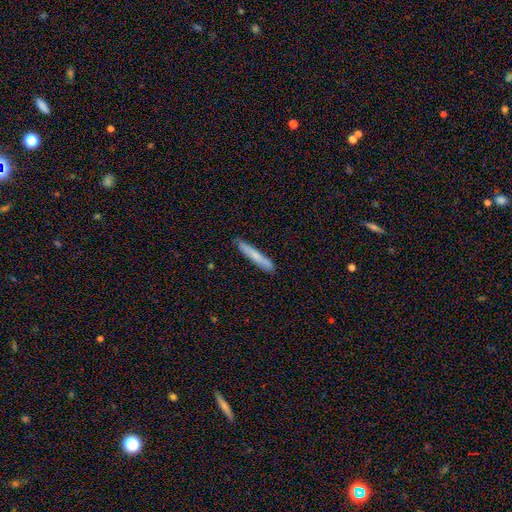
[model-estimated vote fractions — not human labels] This is likely a smooth galaxy (72%). How rounded: clearly cigar-shaped (95%). Merging: clearly none (89%).